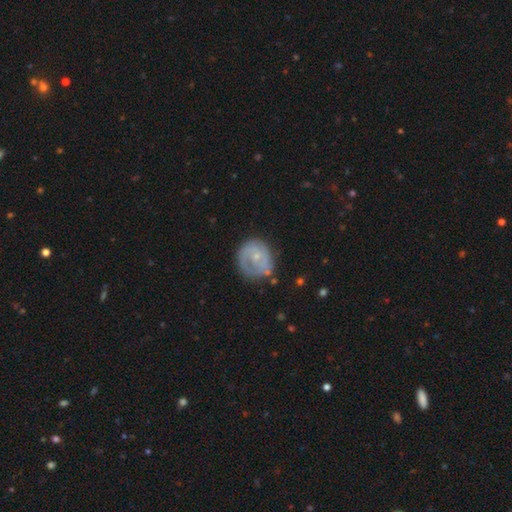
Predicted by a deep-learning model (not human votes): Overall: featured or disk (63%; smooth 30%). Edge-on disk: no (98%). Bar: no (73%). Spiral arms: yes (76%). Bulge size: small (74%). Merging: none (61%; minor disturbance 24%).